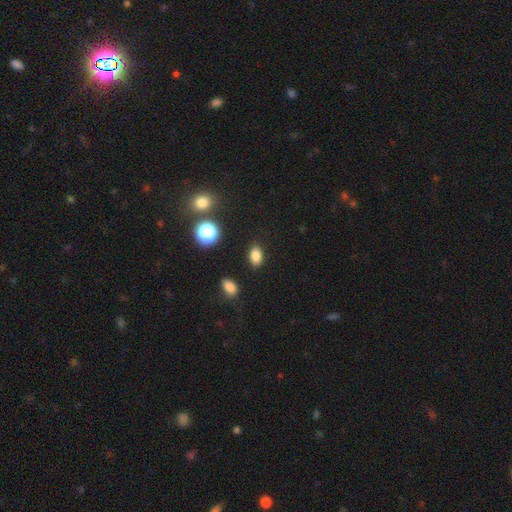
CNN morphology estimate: A smooth galaxy with no disk features (82%) that is in between round and cigar-shaped (84%). Merging: none (87%).